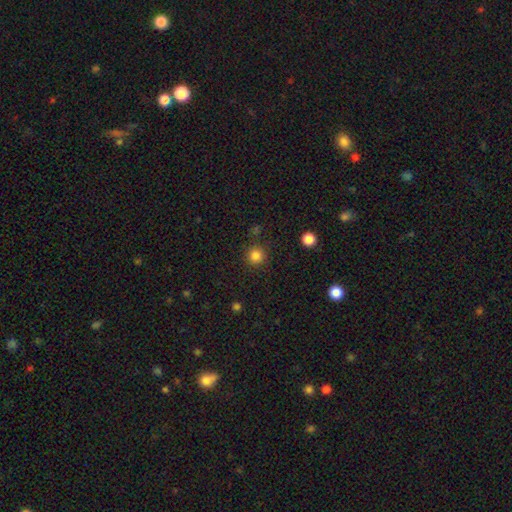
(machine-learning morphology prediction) Q: Smooth or featured?
A: smooth (83%); runner-up: star or artifact (13%)
Q: How rounded?
A: round (93%); runner-up: in between (6%)
Q: Merging?
A: none (86%); runner-up: minor disturbance (8%)